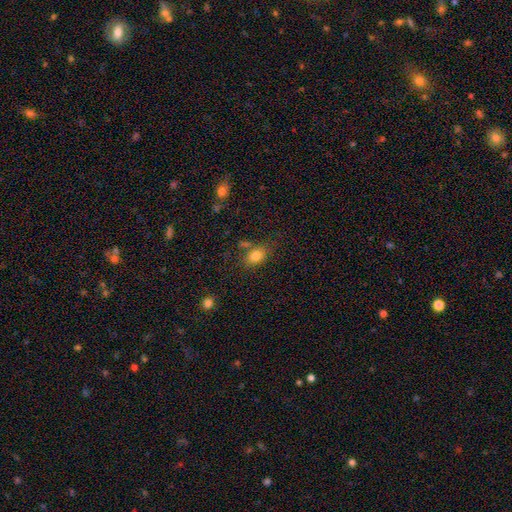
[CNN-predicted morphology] Q: Smooth or featured?
A: smooth (81%); runner-up: star or artifact (10%)
Q: How rounded?
A: in between (76%); runner-up: round (22%)
Q: Merging?
A: none (66%); runner-up: minor disturbance (17%)